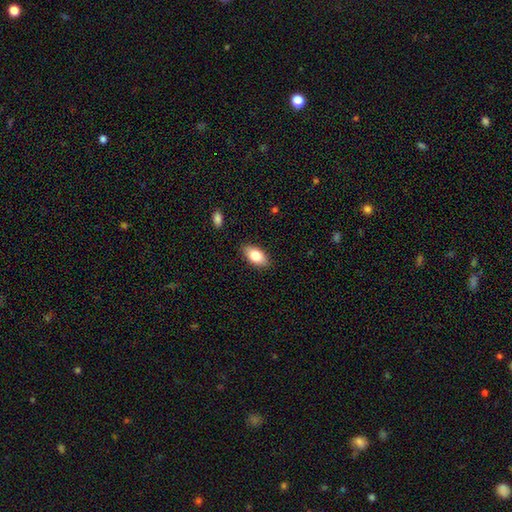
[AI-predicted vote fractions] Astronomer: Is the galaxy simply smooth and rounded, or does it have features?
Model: smooth — 81%.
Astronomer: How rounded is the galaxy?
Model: in between — 91%.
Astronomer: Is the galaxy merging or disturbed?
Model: none — 87%.